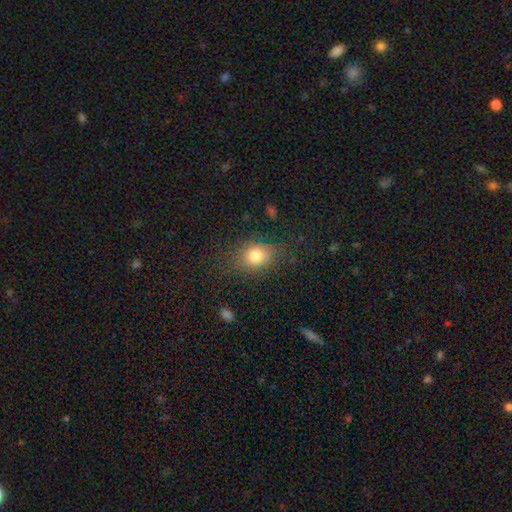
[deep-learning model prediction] Smooth or featured: smooth — 79% (star or artifact — 11%)
How rounded: in between — 60% (round — 39%)
Merging: none — 74% (minor disturbance — 17%)